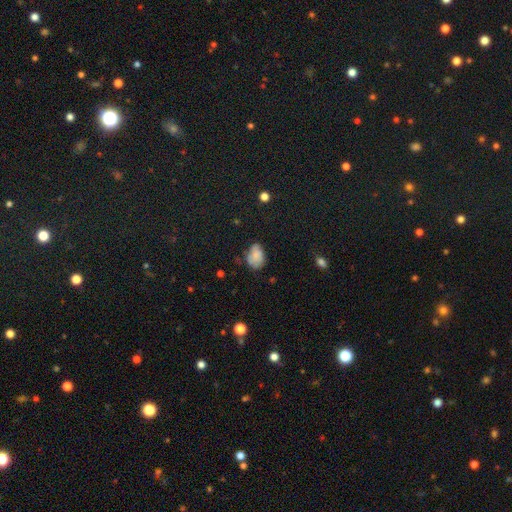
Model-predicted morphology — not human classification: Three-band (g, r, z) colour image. It shows a smooth galaxy with no disk features (72%) that is in between round and cigar-shaped (77%). Merging: none (48%).